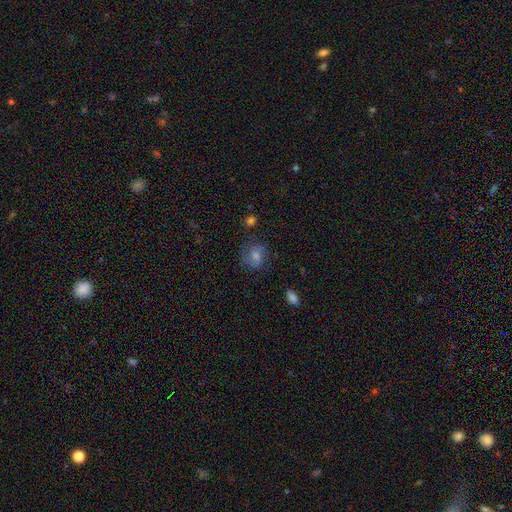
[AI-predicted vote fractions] Overall: featured or disk (58%; smooth 26%). Edge-on disk: no (97%). Bar: no (48%; weak 42%). Spiral arms: yes (89%). Spiral arm count: 2 (75%). Spiral winding: medium (49%; tight 33%). Bulge size: moderate (55%; small 30%). Merging: none (76%).